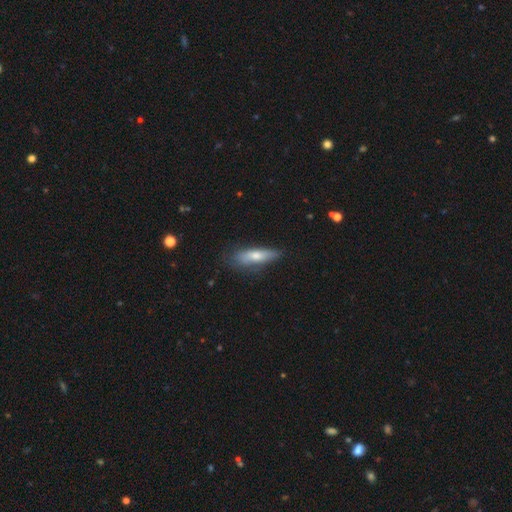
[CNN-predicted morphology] Smooth or featured? Predicted: smooth (p=0.67). How rounded? Predicted: cigar-shaped (p=0.59). Merging? Predicted: none (p=0.69).